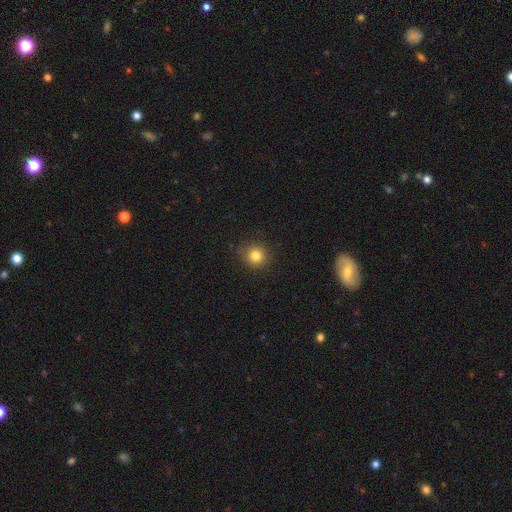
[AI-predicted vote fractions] Smooth or featured: smooth — 82% (star or artifact — 12%)
How rounded: round — 91% (in between — 8%)
Merging: none — 89% (minor disturbance — 8%)